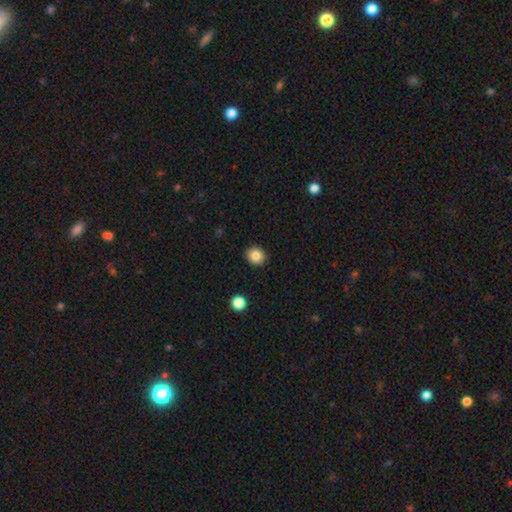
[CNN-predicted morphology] A smooth galaxy with no disk features (84%) that is round (81%).

Vote fractions:
- Smooth or featured? smooth: 84% / star or artifact: 10% / featured or disk: 6%
- How rounded? round: 81% / in between: 18% / cigar-shaped: 1%
- Merging? none: 91% / minor disturbance: 6% / major disturbance: 2% / merger: 1%